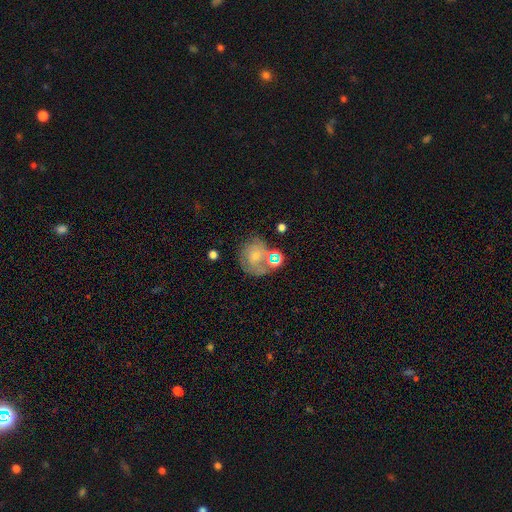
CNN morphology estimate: Overall: smooth (48%; featured or disk 38%). Merging: none (46%; minor disturbance 20%).